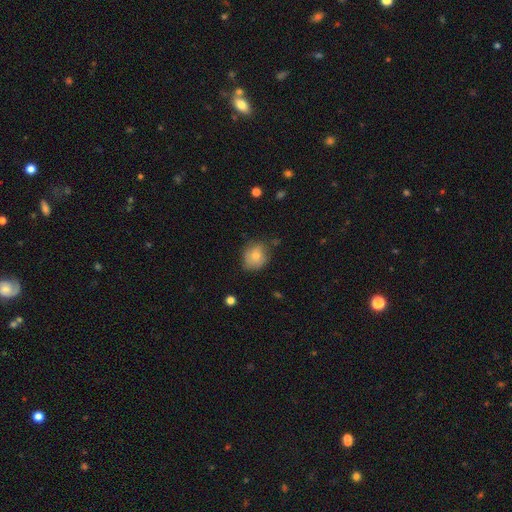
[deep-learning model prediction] smooth-or-featured: smooth: 71% | featured or disk: 19% | star or artifact: 10%
  how-rounded: round: 68% | in between: 31% | cigar-shaped: 1%
  merging: none: 68% | minor disturbance: 25% | major disturbance: 5% | merger: 2%